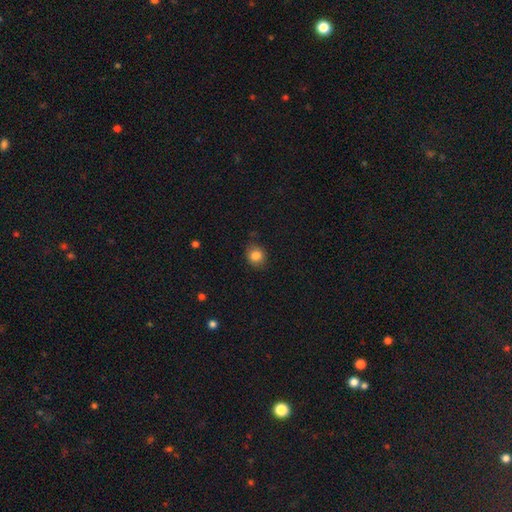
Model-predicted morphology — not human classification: type=smooth (84%); roundness=round (68%); merging=none (81%).